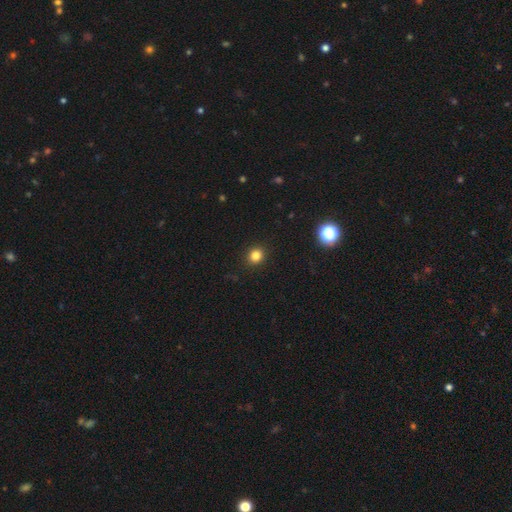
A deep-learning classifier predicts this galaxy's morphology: Smooth or featured? Predicted: smooth (p=0.82). How rounded? Predicted: round (p=0.85). Merging? Predicted: none (p=0.92).